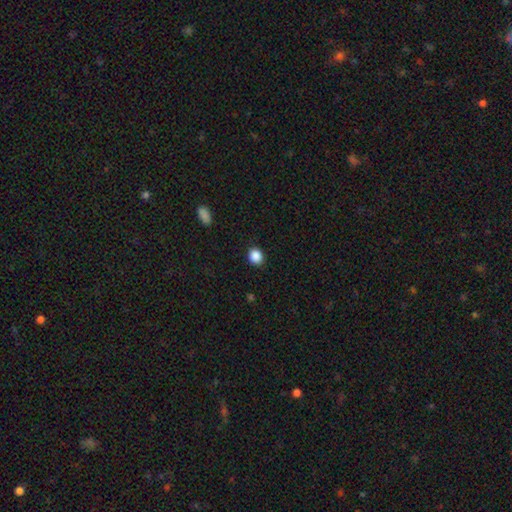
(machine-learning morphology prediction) The model was most divided on "how rounded": round: 79%, in between: 20%, cigar-shaped: 1%. More confident: merging — none (91%); smooth or featured — smooth (88%).